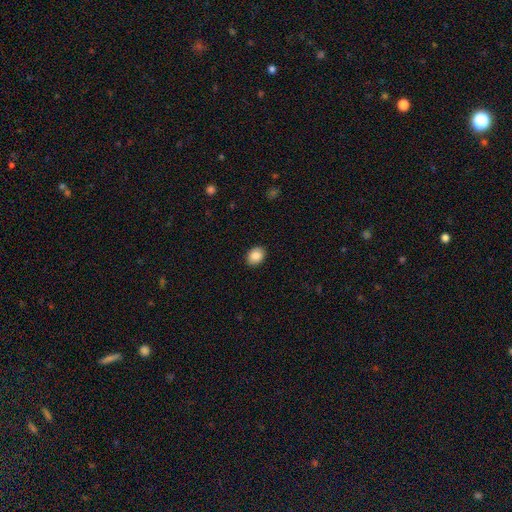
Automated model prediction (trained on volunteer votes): A smooth galaxy with no disk features (88%) that is in between round and cigar-shaped (62%).

Vote fractions:
- Smooth or featured? smooth: 88% / star or artifact: 8% / featured or disk: 4%
- How rounded? in between: 62% / round: 37% / cigar-shaped: 1%
- Merging? none: 91% / minor disturbance: 7% / major disturbance: 2% / merger: 1%